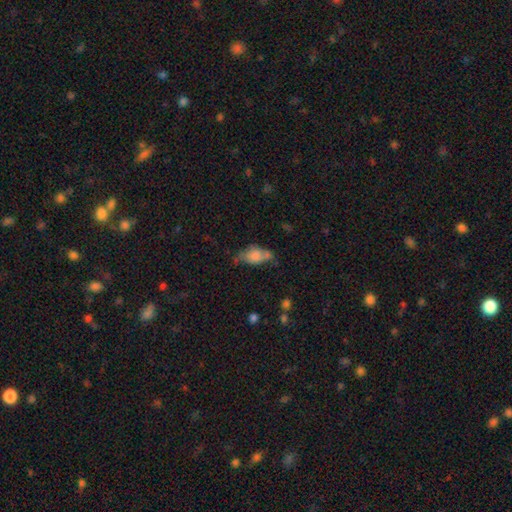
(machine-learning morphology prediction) smooth 70%, featured or disk 21%, star or artifact 10%. Down the decision tree: how rounded — in between (85%); merging — none (40%).